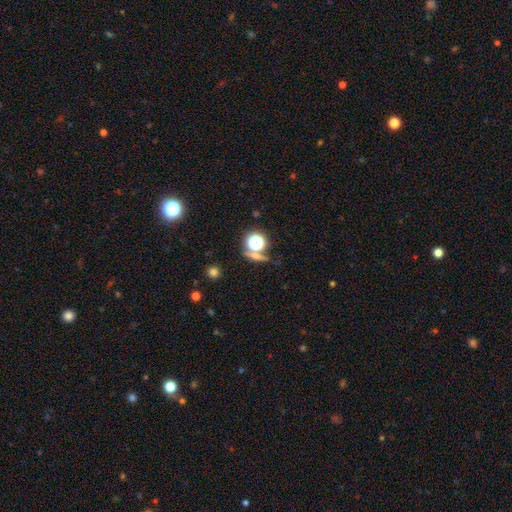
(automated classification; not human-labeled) Smooth or featured: smooth — 43% (star or artifact — 39%)
Merging: none — 72% (merger — 13%)